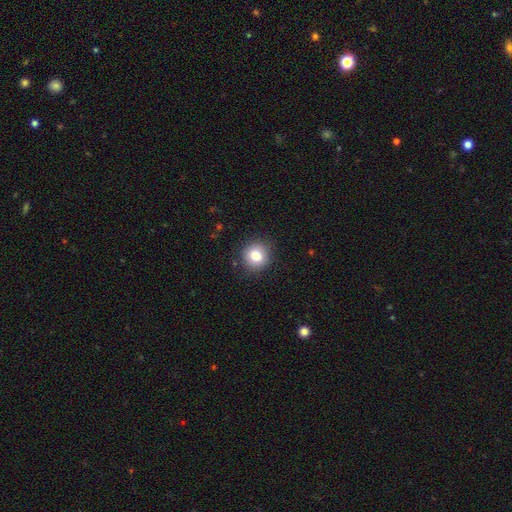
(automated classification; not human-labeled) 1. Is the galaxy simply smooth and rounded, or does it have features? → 81% smooth, 10% star or artifact, 9% featured or disk.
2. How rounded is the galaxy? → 90% round, 9% in between, 1% cigar-shaped.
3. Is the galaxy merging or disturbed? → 88% none, 8% minor disturbance, 2% major disturbance, 1% merger.